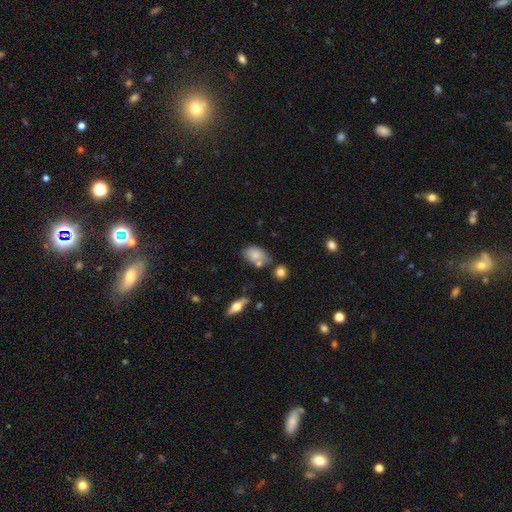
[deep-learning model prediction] smooth 75%, featured or disk 16%, star or artifact 9%. Down the decision tree: how rounded — in between (87%); merging — none (56%).